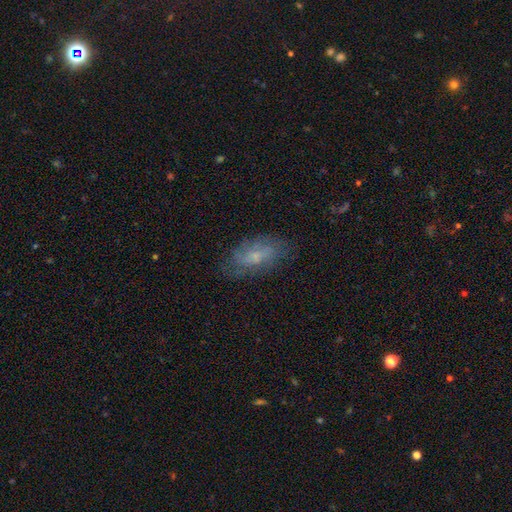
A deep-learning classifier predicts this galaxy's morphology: A featured or disk galaxy (49%). Merging: none (72%).